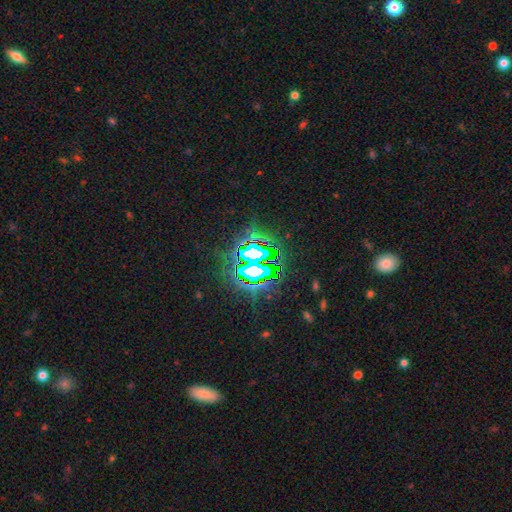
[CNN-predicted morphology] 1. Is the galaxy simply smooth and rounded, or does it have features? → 79% star or artifact, 11% featured or disk, 10% smooth.